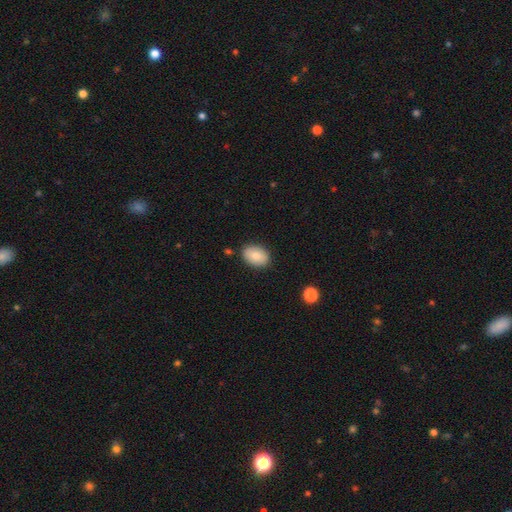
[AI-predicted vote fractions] A smooth galaxy with no disk features (84%) that is in between round and cigar-shaped (82%).

Vote fractions:
- Smooth or featured? smooth: 84% / featured or disk: 9% / star or artifact: 7%
- How rounded? in between: 82% / round: 16% / cigar-shaped: 1%
- Merging? none: 86% / minor disturbance: 10% / major disturbance: 2% / merger: 2%